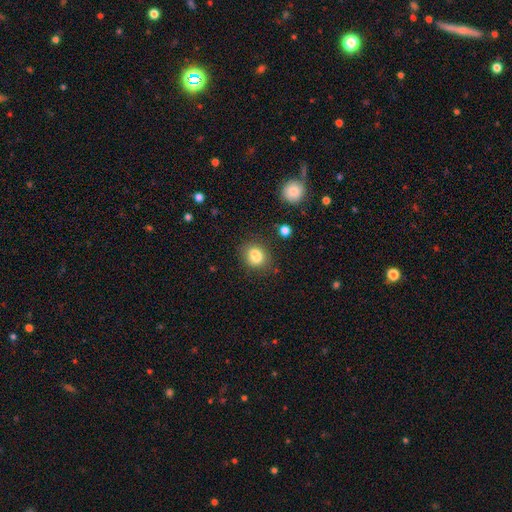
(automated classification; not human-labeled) Smooth or featured? Predicted: smooth (p=0.81). How rounded? Predicted: round (p=0.52). Merging? Predicted: none (p=0.68).